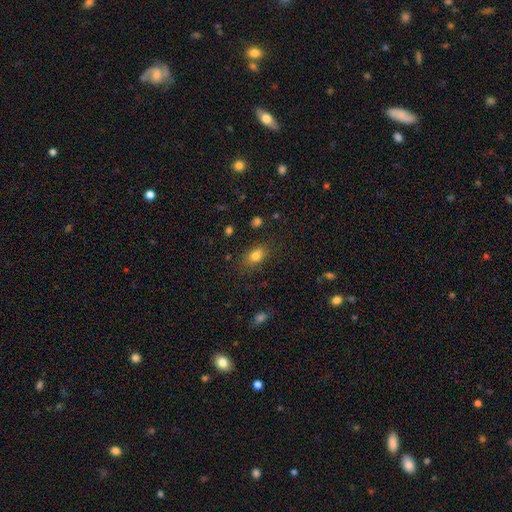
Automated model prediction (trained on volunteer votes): smooth-or-featured: smooth: 79% | star or artifact: 12% | featured or disk: 9%
  how-rounded: in between: 77% | round: 20% | cigar-shaped: 3%
  merging: none: 77% | minor disturbance: 16% | major disturbance: 5% | merger: 2%